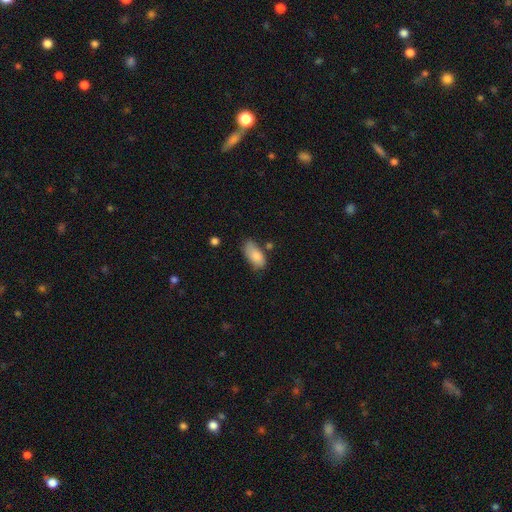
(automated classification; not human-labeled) A smooth galaxy with no disk features (84%) that is in between round and cigar-shaped (91%). Merging: none (59%).